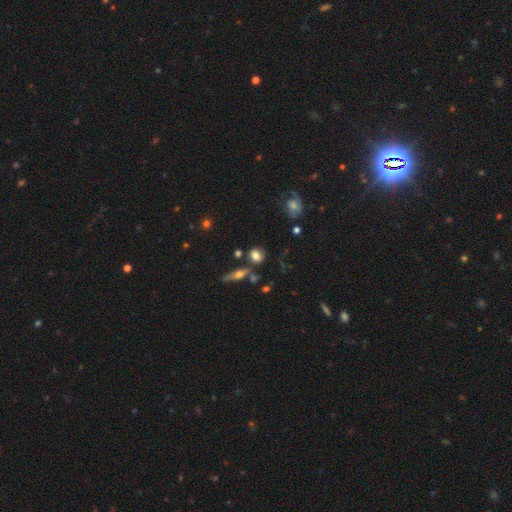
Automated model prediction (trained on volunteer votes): smooth_or_featured: smooth (p=0.74) [alt: featured or disk p=0.15]
how_rounded: round (p=0.66) [alt: in between p=0.31]
merging: none (p=0.71) [alt: minor disturbance p=0.14]